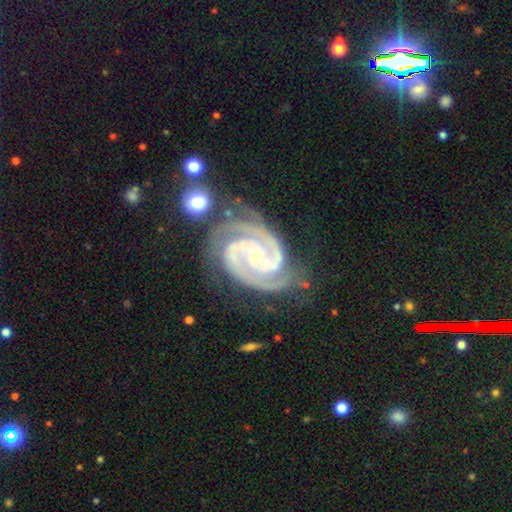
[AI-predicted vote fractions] Smooth or featured? featured or disk (94%)
Edge-on disk? no (98%)
Bar? no (52%)
Spiral arms? yes (99%)
Spiral winding? tight (69%)
Spiral arm count? 2 (71%)
Bulge size? small (71%)
Merging? none (69%)